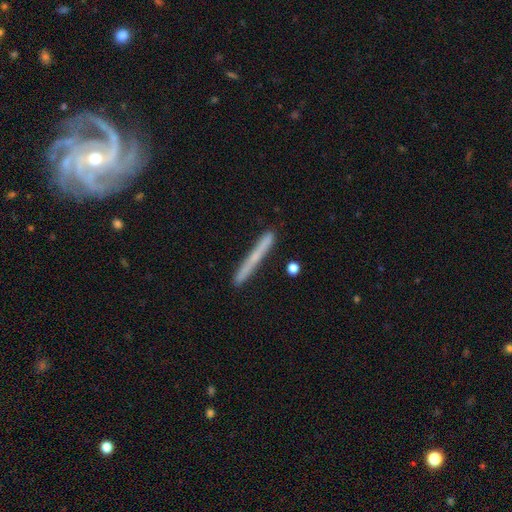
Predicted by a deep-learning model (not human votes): Overall: smooth (49%; featured or disk 44%). Merging: none (86%).